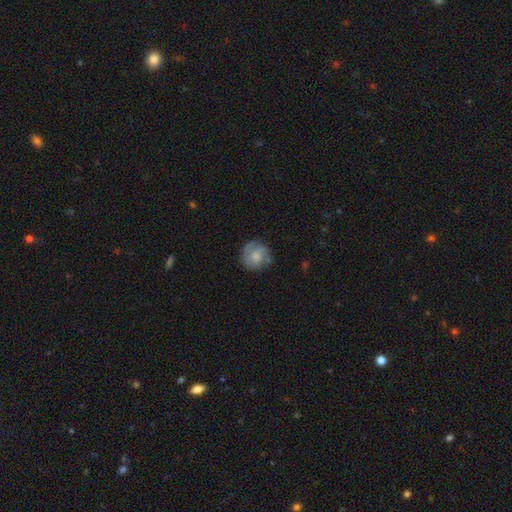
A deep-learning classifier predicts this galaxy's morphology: A featured or disk galaxy (48%).

Vote fractions:
- Smooth or featured? featured or disk: 48% / smooth: 45% / star or artifact: 7%
- Merging? none: 69% / minor disturbance: 20% / major disturbance: 8% / merger: 2%